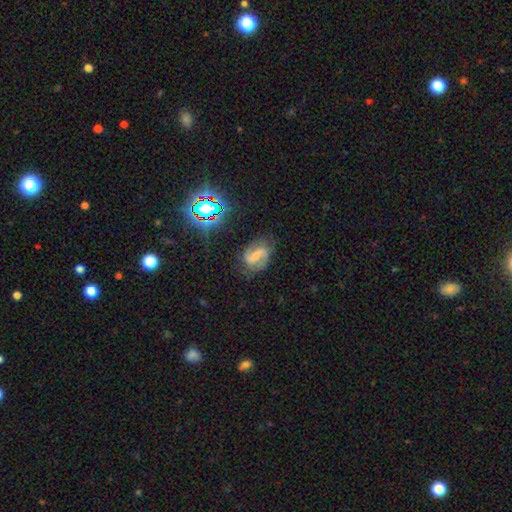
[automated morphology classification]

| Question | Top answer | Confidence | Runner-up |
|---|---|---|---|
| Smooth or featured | featured or disk | 77% | smooth (13%) |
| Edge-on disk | no | 97% | yes (3%) |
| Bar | strong | 42% | weak (41%) |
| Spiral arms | yes | 95% | no (5%) |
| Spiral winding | medium | 46% | loose (37%) |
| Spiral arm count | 2 | 89% | can't tell (4%) |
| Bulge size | small | 39% | none (34%) |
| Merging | none | 76% | minor disturbance (16%) |